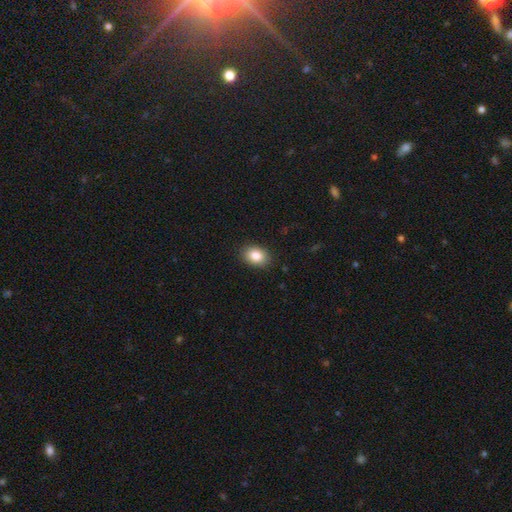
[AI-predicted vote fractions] smooth_or_featured: smooth (p=0.85) [alt: star or artifact p=0.09]
how_rounded: in between (p=0.70) [alt: round p=0.29]
merging: none (p=0.88) [alt: minor disturbance p=0.09]